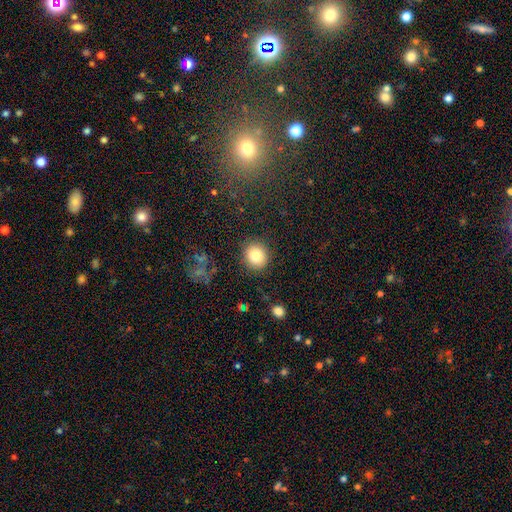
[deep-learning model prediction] The model was most divided on "how rounded": round: 85%, in between: 14%, cigar-shaped: 1%. More confident: merging — none (89%); smooth or featured — smooth (83%).